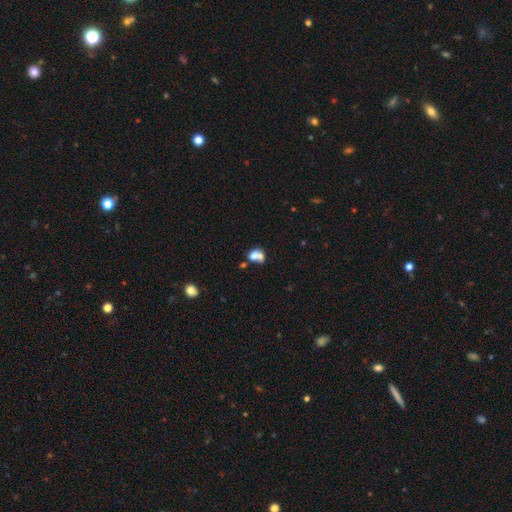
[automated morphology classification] smooth_or_featured: smooth (p=0.69) [alt: featured or disk p=0.19]
how_rounded: in between (p=0.52) [alt: round p=0.47]
merging: merger (p=0.60) [alt: none p=0.23]